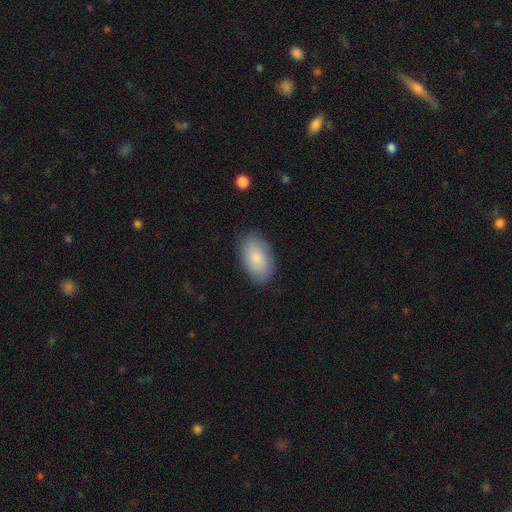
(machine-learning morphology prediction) A smooth galaxy with no disk features (81%) that is in between round and cigar-shaped (93%).

Vote fractions:
- Smooth or featured? smooth: 81% / featured or disk: 13% / star or artifact: 6%
- How rounded? in between: 93% / round: 5% / cigar-shaped: 1%
- Merging? none: 84% / minor disturbance: 12% / major disturbance: 3% / merger: 1%